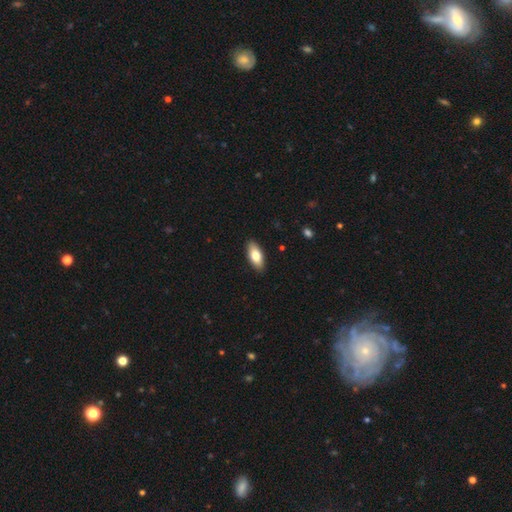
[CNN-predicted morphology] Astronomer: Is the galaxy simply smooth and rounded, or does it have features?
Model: smooth — 79%.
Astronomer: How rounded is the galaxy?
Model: in between — 86%.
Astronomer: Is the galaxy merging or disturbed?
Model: none — 89%.